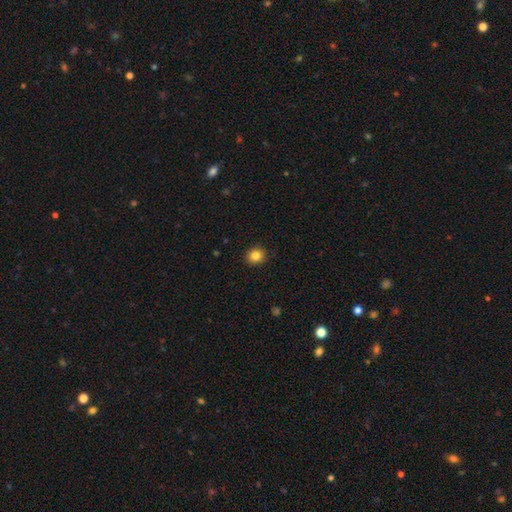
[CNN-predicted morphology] The model was most divided on "how rounded": round: 81%, in between: 18%, cigar-shaped: 1%. More confident: merging — none (92%); smooth or featured — smooth (83%).